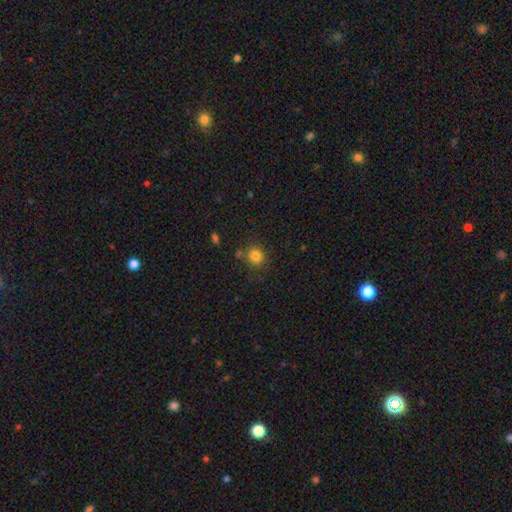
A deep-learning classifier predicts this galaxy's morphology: A smooth galaxy with no disk features (82%) that is round (85%). Merging: none (77%).